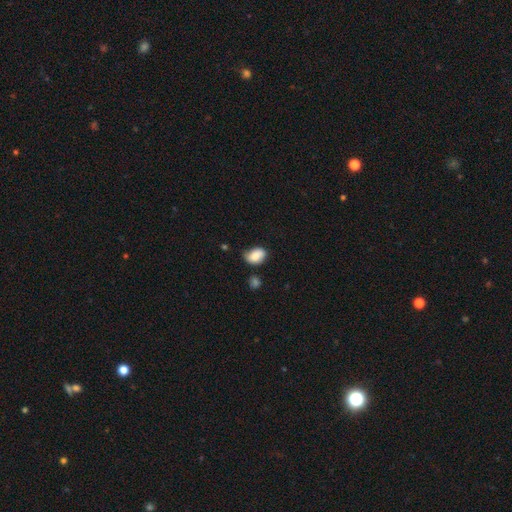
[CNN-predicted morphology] Overall: smooth (81%). How rounded: in between (78%). Merging: none (54%; minor disturbance 34%).